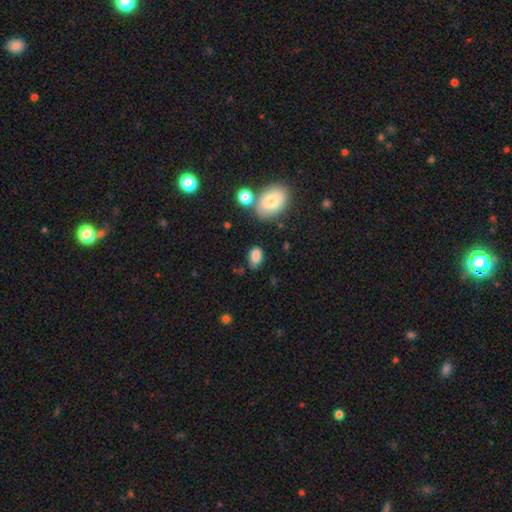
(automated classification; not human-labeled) A smooth galaxy with no disk features (84%) that is in between round and cigar-shaped (88%).

Vote fractions:
- Smooth or featured? smooth: 84% / star or artifact: 9% / featured or disk: 7%
- How rounded? in between: 88% / round: 10% / cigar-shaped: 2%
- Merging? none: 71% / minor disturbance: 19% / merger: 5% / major disturbance: 5%